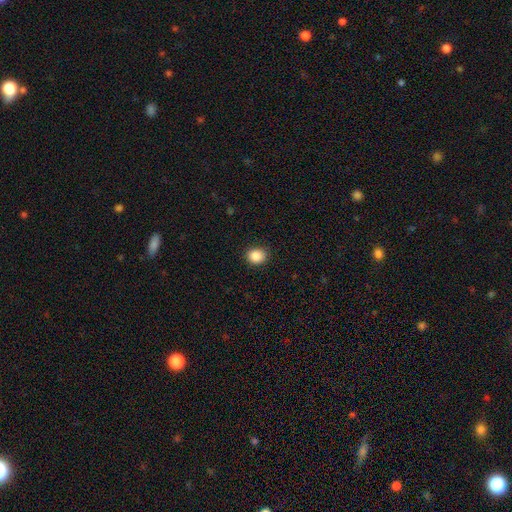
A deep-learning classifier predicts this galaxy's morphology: A smooth galaxy with no disk features (87%) that is round (73%). Merging: none (88%).